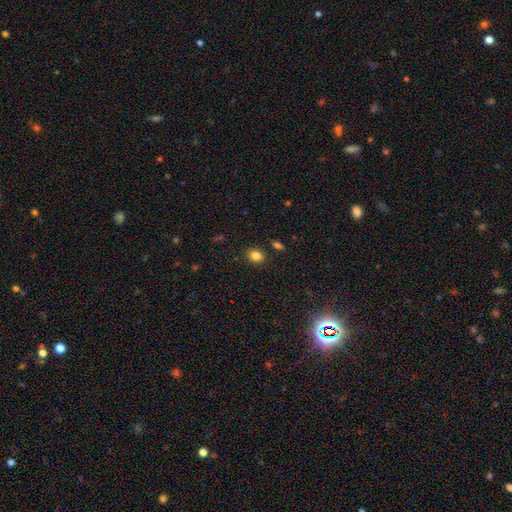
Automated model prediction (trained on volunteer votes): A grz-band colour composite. It shows a smooth galaxy with no disk features (84%) that is in between round and cigar-shaped (52%). Merging: none (86%).